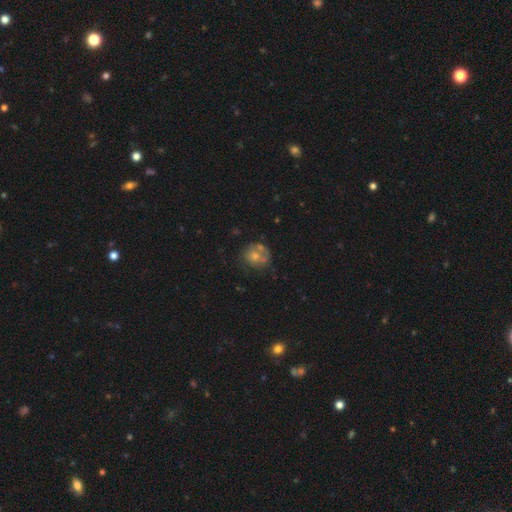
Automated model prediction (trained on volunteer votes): Smooth or featured? smooth (49%)
Merging? none (50%)